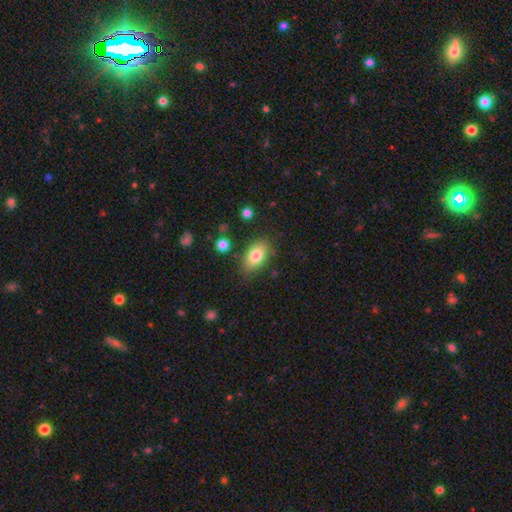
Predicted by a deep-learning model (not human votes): Q: Smooth or featured?
A: smooth (80%); runner-up: featured or disk (12%)
Q: How rounded?
A: in between (90%); runner-up: round (8%)
Q: Merging?
A: none (77%); runner-up: minor disturbance (16%)